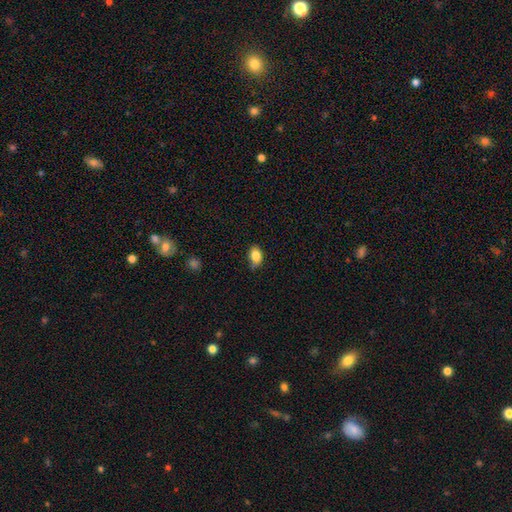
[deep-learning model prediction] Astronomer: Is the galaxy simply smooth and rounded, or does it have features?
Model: smooth — 83%.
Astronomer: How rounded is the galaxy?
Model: in between — 78%.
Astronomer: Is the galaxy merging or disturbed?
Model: none — 65%.